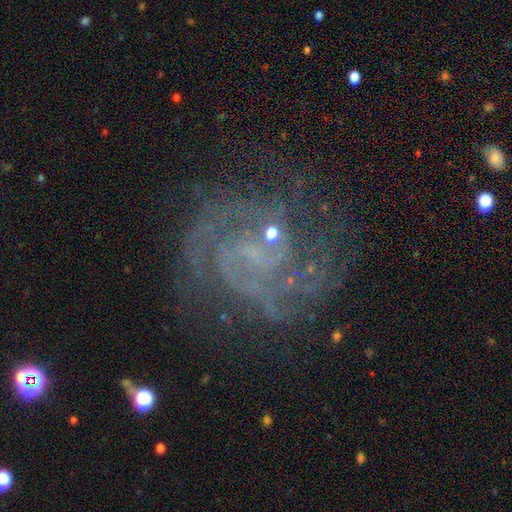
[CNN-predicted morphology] A featured or disk galaxy (82%) with no bar (47%), 2 (32%) tight (52%) spiral arms (94%) and a small central bulge (48%).

Vote fractions:
- Smooth or featured? featured or disk: 82% / star or artifact: 11% / smooth: 6%
- Edge-on disk? no: 98% / yes: 2%
- Bar? no: 47% / weak: 40% / strong: 13%
- Spiral arms? yes: 94% / no: 6%
- Spiral winding? tight: 52% / medium: 38% / loose: 11%
- Spiral arm count? 2: 32% / can't tell: 25% / 3: 19% / 4: 9% / 1: 8% / more than 4: 8%
- Bulge size? small: 48% / none: 41% / moderate: 9% / large: 1% / dominant: 1%
- Merging? none: 66% / minor disturbance: 16% / major disturbance: 15% / merger: 3%